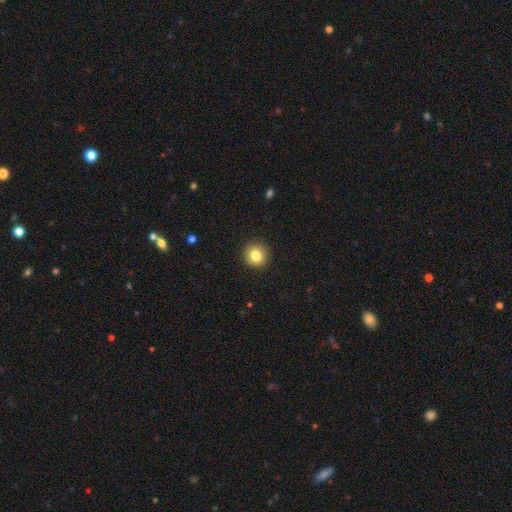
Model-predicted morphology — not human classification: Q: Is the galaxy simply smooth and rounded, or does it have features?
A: smooth — 83%.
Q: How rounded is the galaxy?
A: round — 93%.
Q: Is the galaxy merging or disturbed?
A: none — 92%.